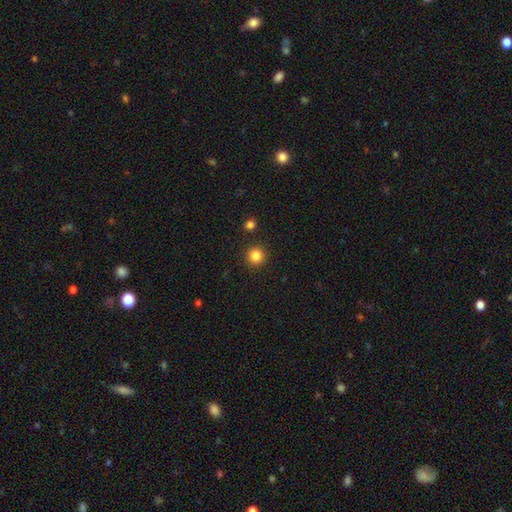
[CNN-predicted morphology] smooth_or_featured: smooth (p=0.84) [alt: star or artifact p=0.12]
how_rounded: round (p=0.94) [alt: in between p=0.05]
merging: none (p=0.90) [alt: minor disturbance p=0.05]